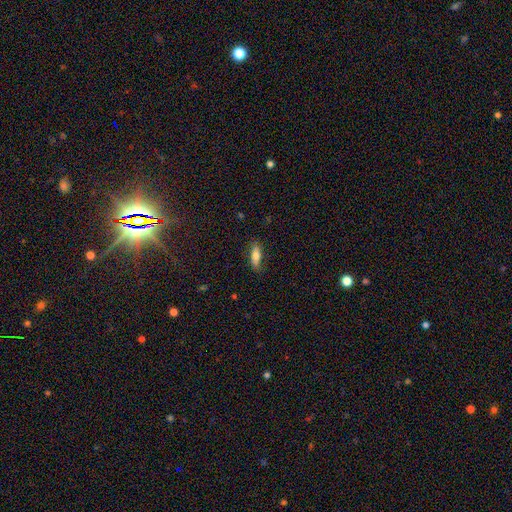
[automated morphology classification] Q: Smooth or featured?
A: smooth (77%); runner-up: featured or disk (17%)
Q: How rounded?
A: in between (58%); runner-up: cigar-shaped (40%)
Q: Merging?
A: none (83%); runner-up: minor disturbance (13%)